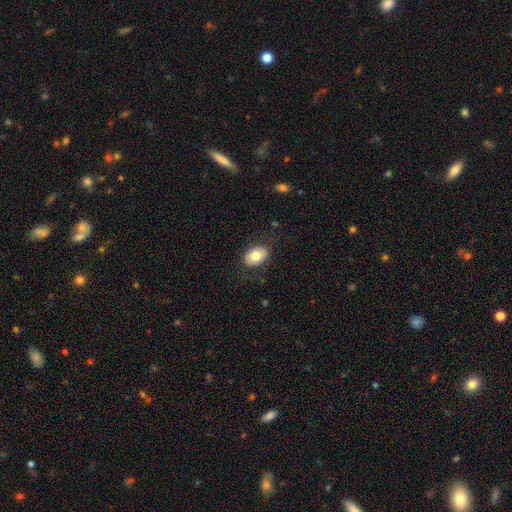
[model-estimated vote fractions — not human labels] Overall: smooth (77%). How rounded: in between (83%). Merging: none (82%).